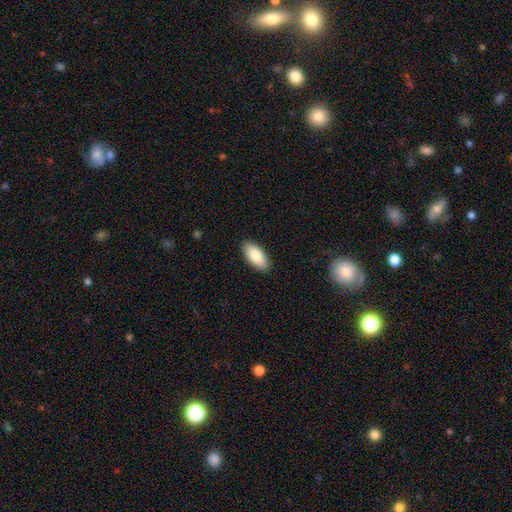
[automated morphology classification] smooth-or-featured: smooth: 86% | featured or disk: 9% | star or artifact: 6%
  how-rounded: in between: 90% | cigar-shaped: 9% | round: 2%
  merging: none: 90% | minor disturbance: 8% | major disturbance: 2% | merger: 1%